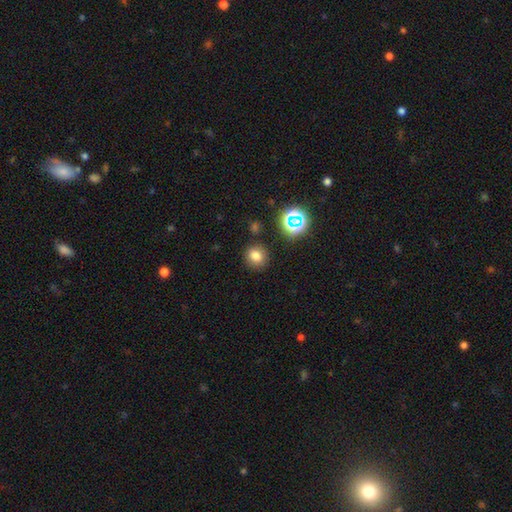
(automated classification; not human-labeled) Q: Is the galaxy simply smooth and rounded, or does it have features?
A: smooth — 76%.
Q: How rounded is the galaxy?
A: round — 84%.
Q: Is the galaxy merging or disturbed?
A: none — 85%.